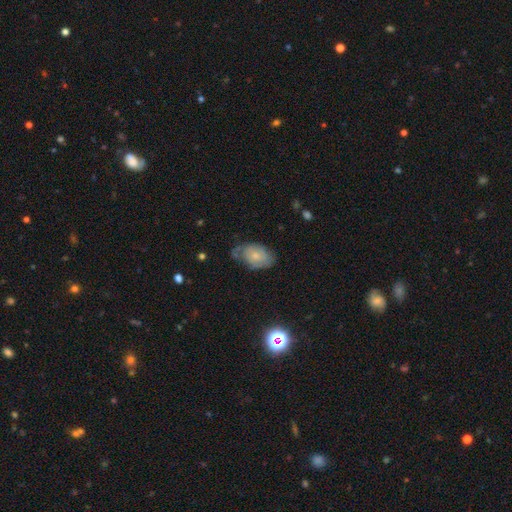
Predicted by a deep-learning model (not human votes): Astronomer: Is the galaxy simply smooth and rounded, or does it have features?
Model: smooth — 63%.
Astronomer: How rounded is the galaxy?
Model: in between — 87%.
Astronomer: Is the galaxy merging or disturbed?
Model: none — 49% (runner-up: minor disturbance, 35%).